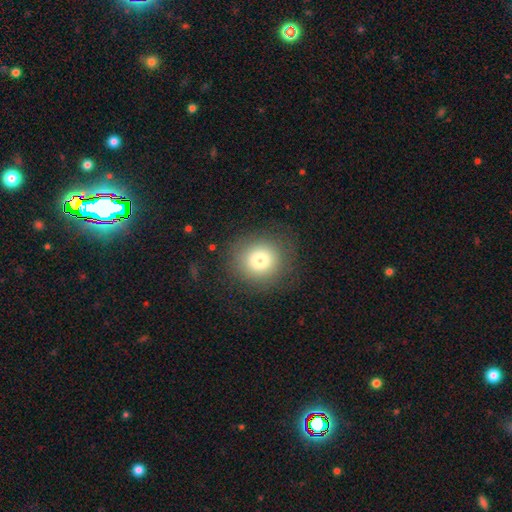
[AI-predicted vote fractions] The model was most divided on "smooth or featured": smooth: 76%, star or artifact: 14%, featured or disk: 11%. More confident: how rounded — round (89%); merging — none (86%).